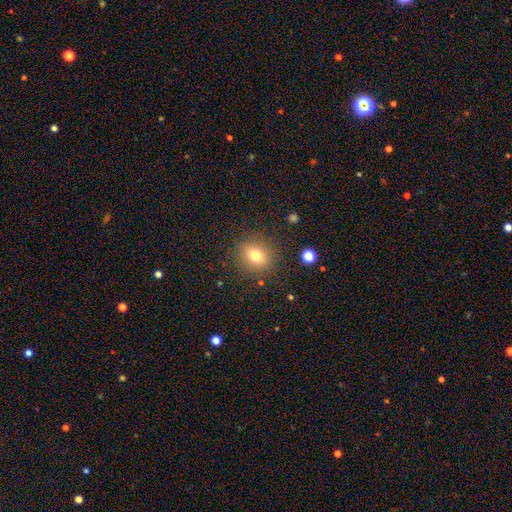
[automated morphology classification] Overall: smooth (74%). How rounded: round (72%). Merging: none (86%).